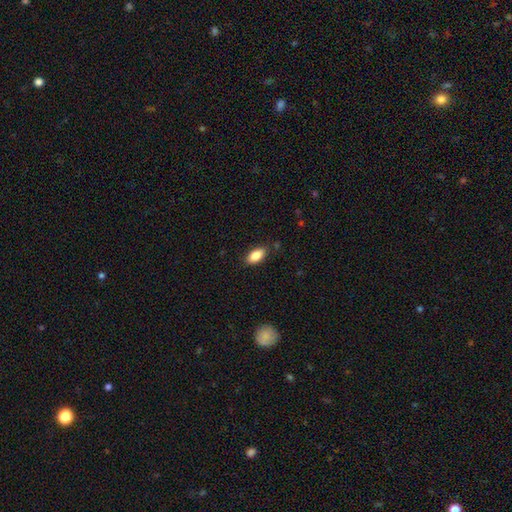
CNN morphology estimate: Overall: smooth (85%). How rounded: in between (89%). Merging: none (84%).